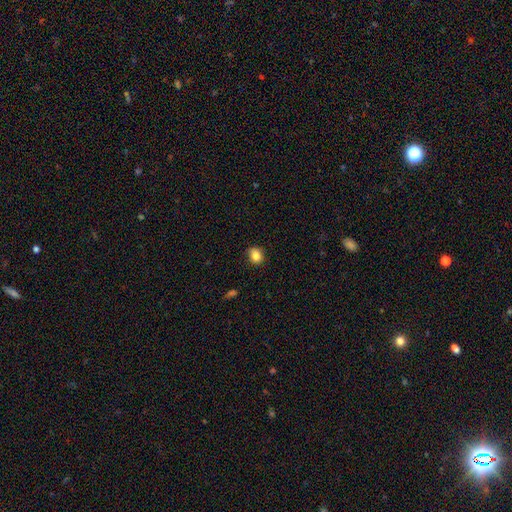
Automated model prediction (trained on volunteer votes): Smooth or featured: smooth — 83% (star or artifact — 10%)
How rounded: round — 61% (in between — 38%)
Merging: none — 82% (minor disturbance — 15%)